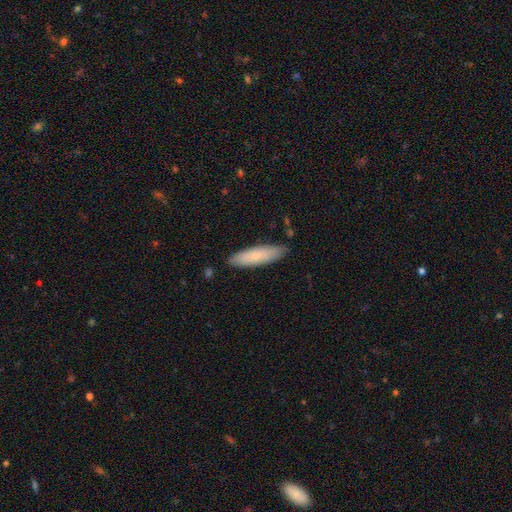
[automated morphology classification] smooth_or_featured: smooth (p=0.73) [alt: featured or disk p=0.21]
how_rounded: cigar-shaped (p=0.64) [alt: in between p=0.34]
merging: none (p=0.84) [alt: minor disturbance p=0.12]